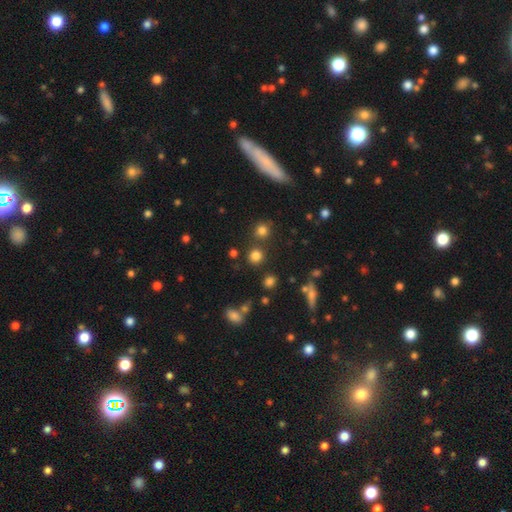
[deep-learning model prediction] The model was most divided on "smooth or featured": smooth: 77%, star or artifact: 18%, featured or disk: 6%. More confident: how rounded — round (90%); merging — none (80%).